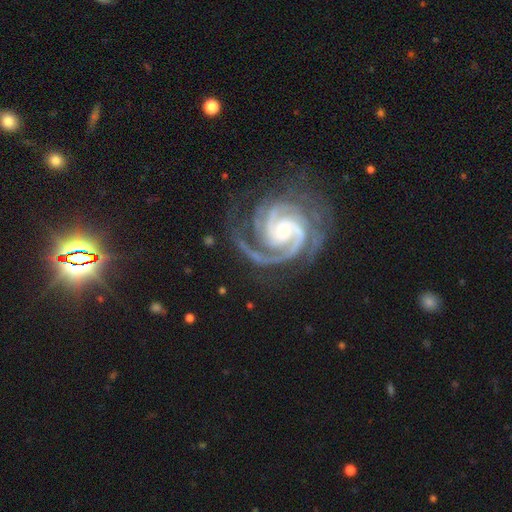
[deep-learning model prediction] smooth-or-featured: featured or disk: 93% | star or artifact: 5% | smooth: 3%
  disk-edge-on: no: 98% | yes: 2%
    bar: no: 49% | weak: 34% | strong: 17%
    has-spiral-arms: yes: 99% | no: 1%
      spiral-winding: tight: 69% | medium: 29% | loose: 3%
      spiral-arm-count: 2: 43% | 3: 35% | can't tell: 7% | 4: 6% | 1: 5% | more than 4: 5%
    bulge-size: moderate: 39% | small: 38% | large: 12% | none: 9% | dominant: 2%
  merging: none: 71% | minor disturbance: 17% | major disturbance: 10% | merger: 2%